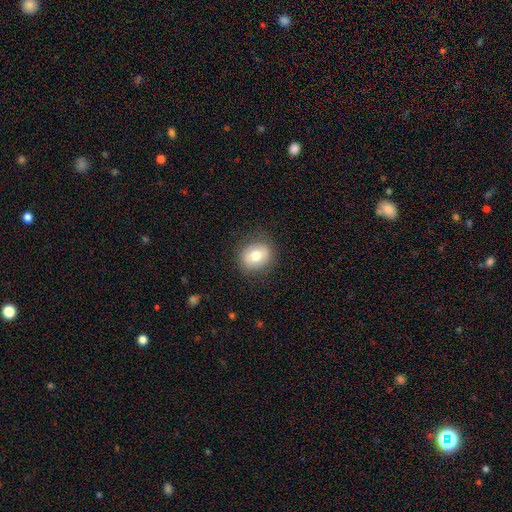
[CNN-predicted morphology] Q: Smooth or featured?
A: smooth (74%); runner-up: featured or disk (18%)
Q: How rounded?
A: round (62%); runner-up: in between (37%)
Q: Merging?
A: none (85%); runner-up: minor disturbance (11%)